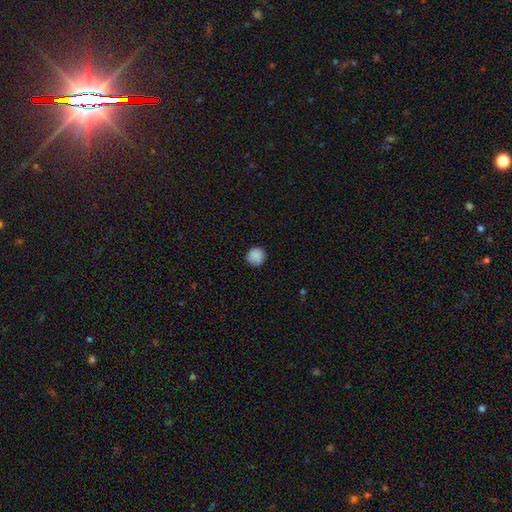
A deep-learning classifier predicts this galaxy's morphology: Smooth or featured?
  - smooth: 88% *
  - star or artifact: 8%
  - featured or disk: 4%
How rounded?
  - round: 93% *
  - in between: 6%
  - cigar-shaped: 1%
Merging?
  - none: 87% *
  - minor disturbance: 9%
  - major disturbance: 2%
  - merger: 1%